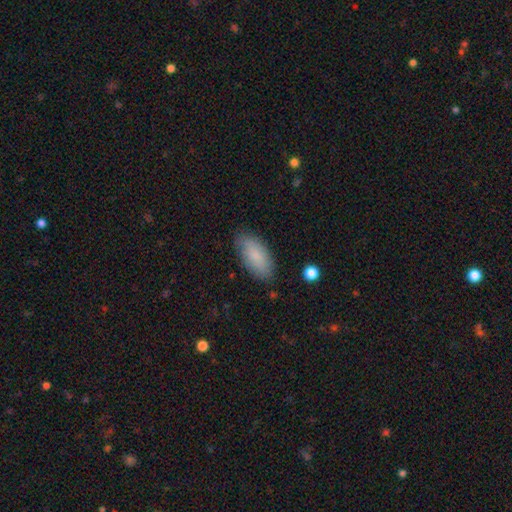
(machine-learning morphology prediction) Smooth or featured? Predicted: smooth (p=0.80). How rounded? Predicted: in between (p=0.90). Merging? Predicted: none (p=0.81).